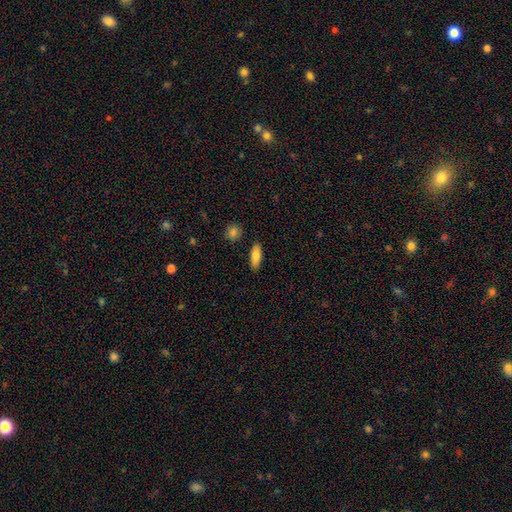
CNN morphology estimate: Smooth or featured: smooth — 84% (featured or disk — 10%)
How rounded: in between — 65% (cigar-shaped — 32%)
Merging: none — 87% (minor disturbance — 8%)